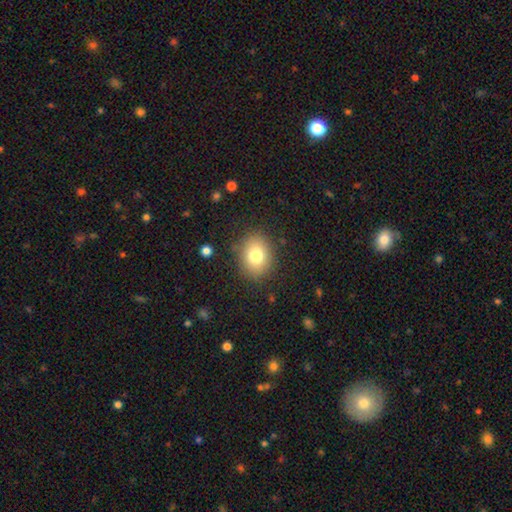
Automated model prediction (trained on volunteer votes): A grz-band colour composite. It shows a smooth galaxy with no disk features (78%) that is round (52%). Merging: none (85%).